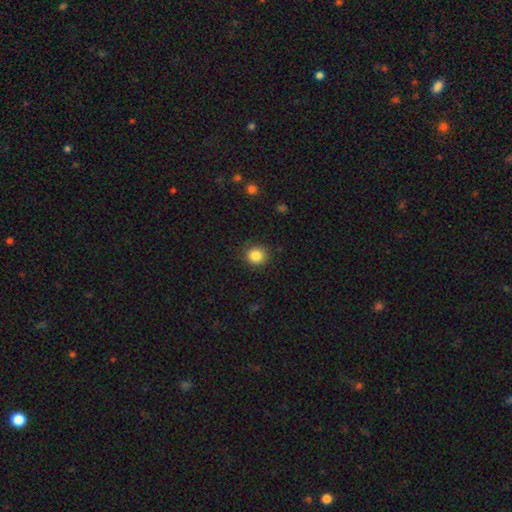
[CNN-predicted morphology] The model was most divided on "smooth or featured": smooth: 86%, star or artifact: 10%, featured or disk: 4%. More confident: merging — none (89%); how rounded — round (89%).